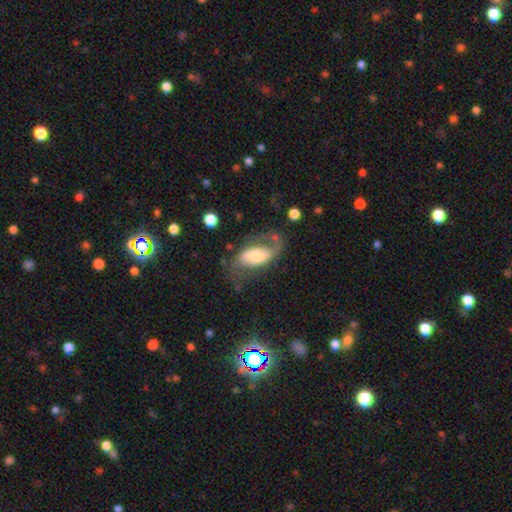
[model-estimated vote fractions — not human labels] A featured or disk galaxy (70%) with no bar (39%), 2 (82%) loose (55%) spiral arms (86%) and a moderate central bulge (53%). Merging: none (53%).